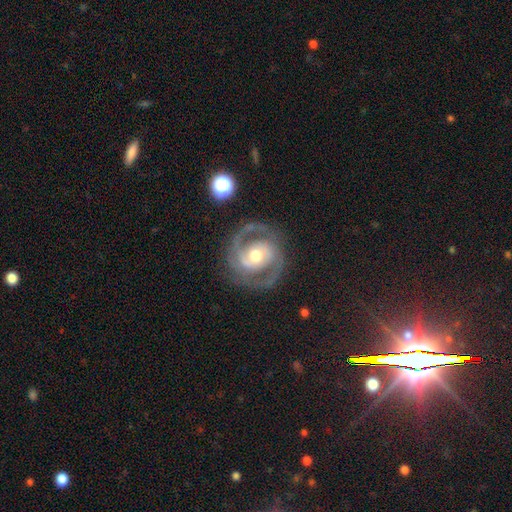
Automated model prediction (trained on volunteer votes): This appears to be a featured or disk galaxy (88%) with no bar (45%), 2 (90%) medium (49%) spiral arms (95%) and a moderate central bulge (71%). Merging: none (79%).